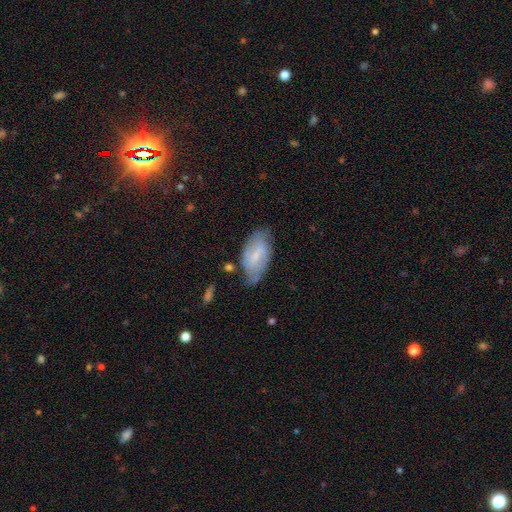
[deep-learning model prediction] This is possibly a featured or disk galaxy (56%). It is clearly not viewed edge-on (93%). Bar: possibly weak (55%). Spiral arm pattern: likely yes (77%). Central bulge: likely small (62%). Merging: likely none (65%).